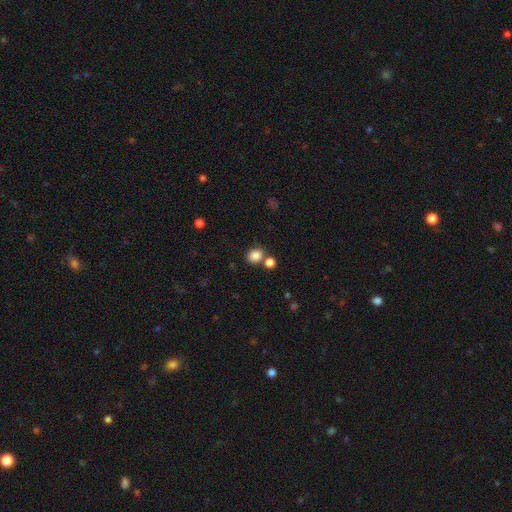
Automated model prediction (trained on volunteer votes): Smooth or featured?
  - smooth: 84% *
  - star or artifact: 11%
  - featured or disk: 5%
How rounded?
  - round: 60% *
  - in between: 39%
  - cigar-shaped: 1%
Merging?
  - none: 66% *
  - merger: 20%
  - minor disturbance: 10%
  - major disturbance: 3%